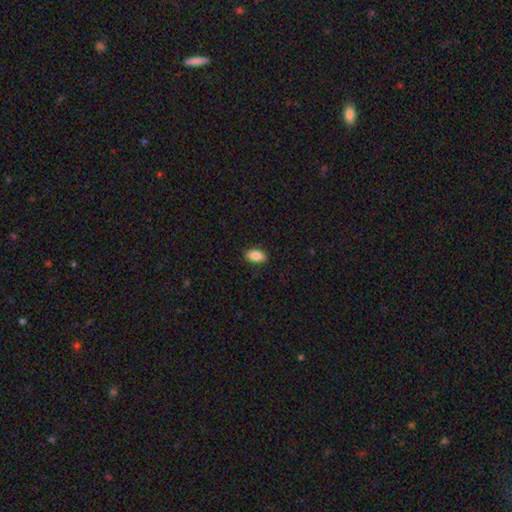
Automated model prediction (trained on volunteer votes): smooth 86%, star or artifact 7%, featured or disk 7%. Down the decision tree: how rounded — in between (91%); merging — none (88%).